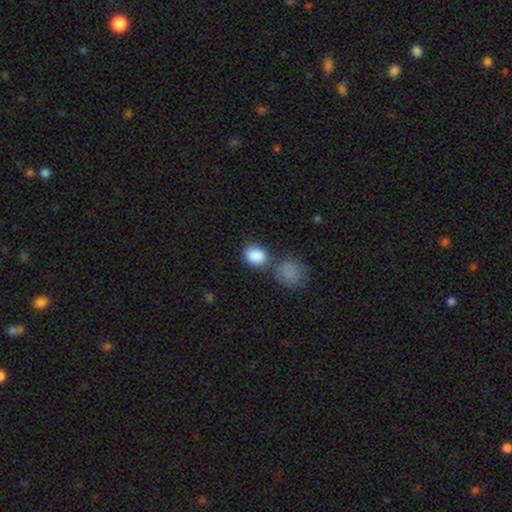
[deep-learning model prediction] Overall: smooth (87%). How rounded: round (51%; in between 48%). Merging: none (56%; merger 25%).